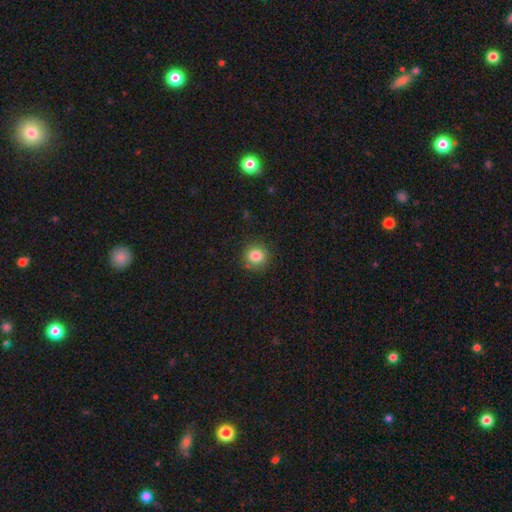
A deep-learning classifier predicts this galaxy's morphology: type=smooth (84%); roundness=round (91%); merging=none (86%).